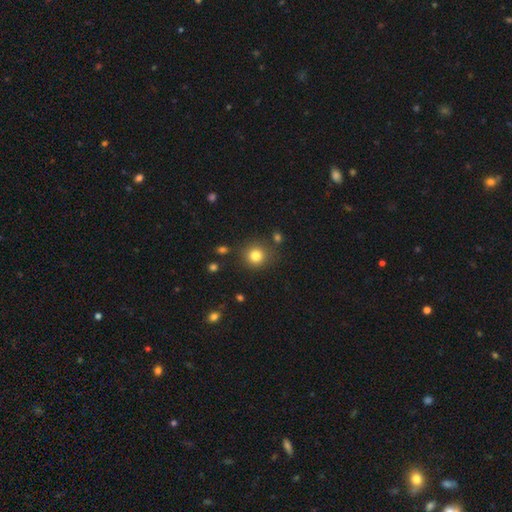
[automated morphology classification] Overall: smooth (81%). How rounded: round (91%). Merging: none (84%).